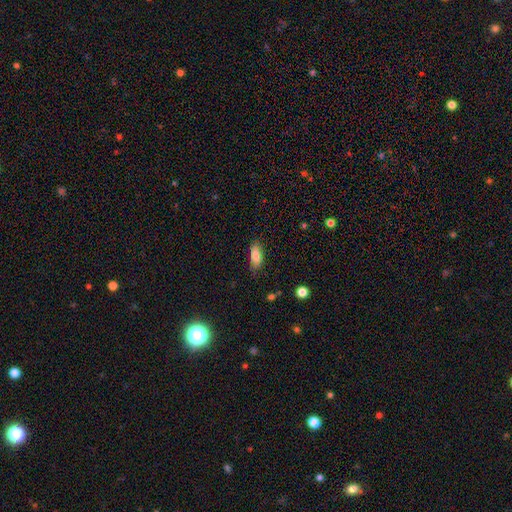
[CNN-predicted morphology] smooth_or_featured: smooth (p=0.82) [alt: featured or disk p=0.10]
how_rounded: in between (p=0.76) [alt: cigar-shaped p=0.22]
merging: none (p=0.79) [alt: minor disturbance p=0.17]